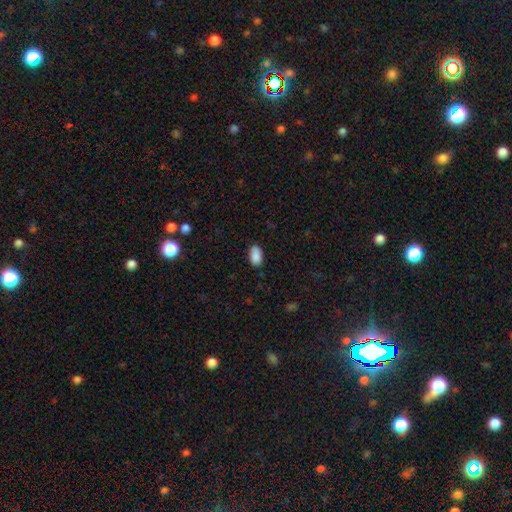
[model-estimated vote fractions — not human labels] A smooth galaxy with no disk features (89%) that is in between round and cigar-shaped (94%). Merging: none (81%).